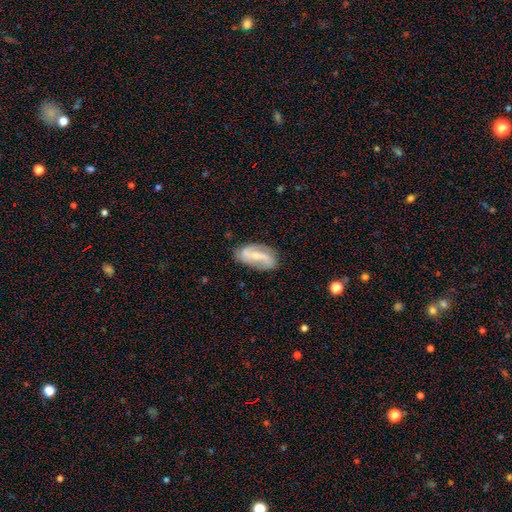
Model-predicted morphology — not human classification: Smooth or featured? featured or disk (72%)
Edge-on disk? no (95%)
Bar? weak (41%)
Spiral arms? yes (92%)
Spiral winding? loose (58%)
Spiral arm count? 2 (87%)
Bulge size? small (60%)
Merging? none (72%)